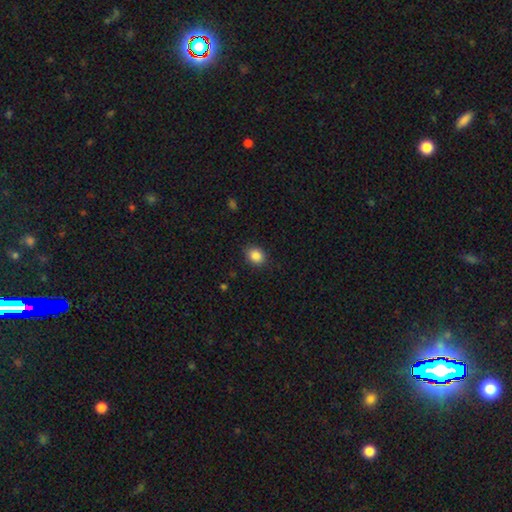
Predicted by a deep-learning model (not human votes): Smooth or featured? Predicted: smooth (p=0.87). How rounded? Predicted: round (p=0.50). Merging? Predicted: none (p=0.85).